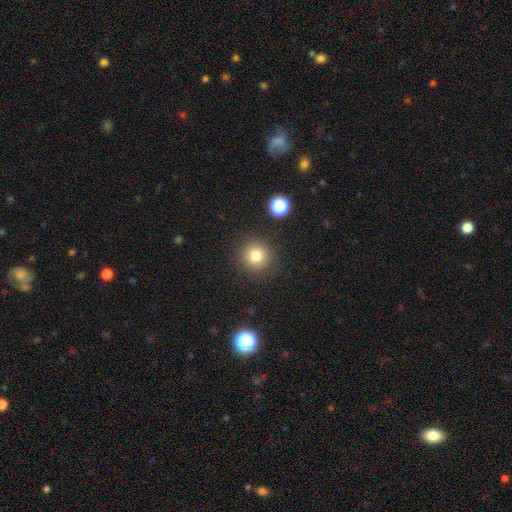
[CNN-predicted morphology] smooth-or-featured: smooth: 79% | star or artifact: 13% | featured or disk: 8%
  how-rounded: round: 94% | in between: 5% | cigar-shaped: 1%
  merging: none: 89% | minor disturbance: 6% | major disturbance: 3% | merger: 2%